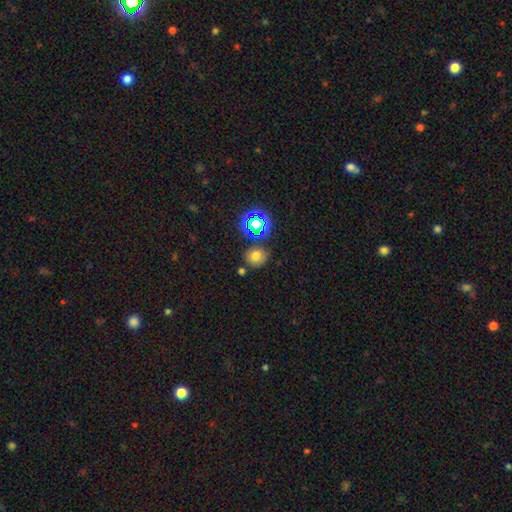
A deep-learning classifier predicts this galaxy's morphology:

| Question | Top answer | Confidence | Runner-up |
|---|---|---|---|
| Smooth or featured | smooth | 68% | star or artifact (23%) |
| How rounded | round | 73% | in between (26%) |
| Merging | none | 76% | minor disturbance (11%) |